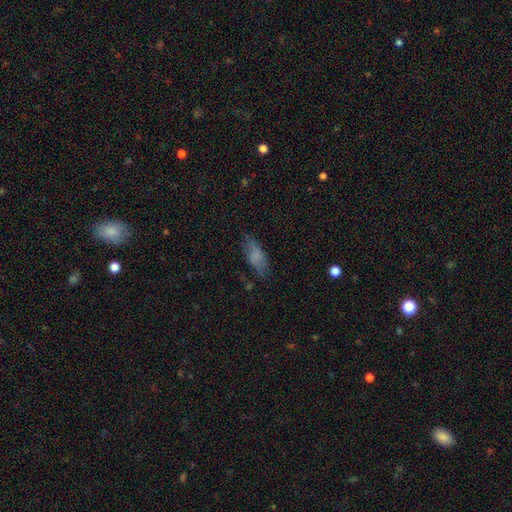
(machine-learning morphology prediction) This appears to be a smooth galaxy with no disk features (69%) that is in between round and cigar-shaped (73%). Merging: none (64%).